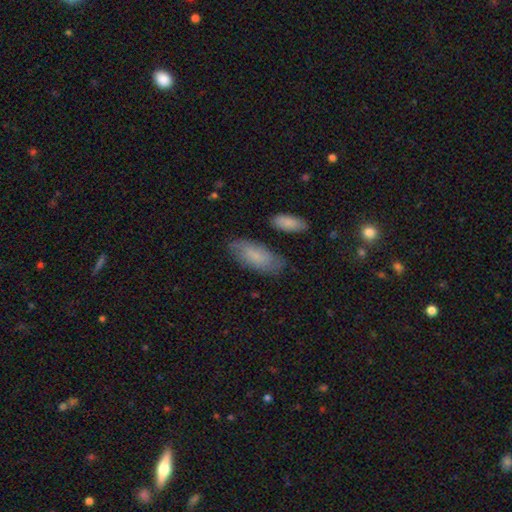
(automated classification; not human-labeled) Smooth or featured? smooth (75%)
How rounded? in between (85%)
Merging? none (75%)